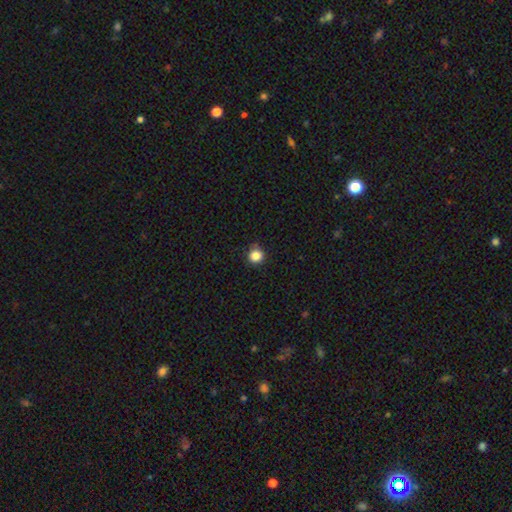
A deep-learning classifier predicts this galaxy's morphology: Q: Smooth or featured?
A: smooth (84%); runner-up: star or artifact (12%)
Q: How rounded?
A: round (93%); runner-up: in between (6%)
Q: Merging?
A: none (83%); runner-up: minor disturbance (13%)